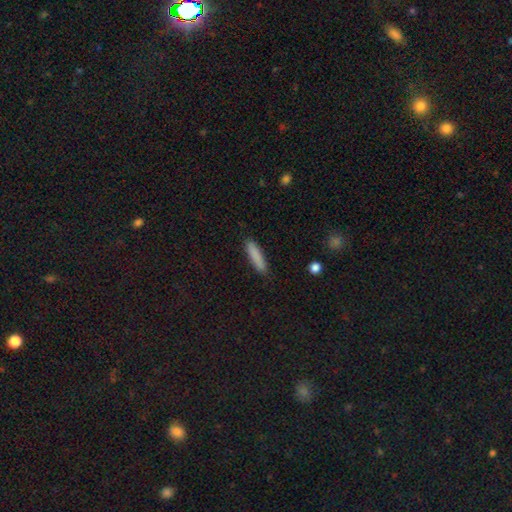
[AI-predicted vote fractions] Morphology: type=smooth (85%); roundness=cigar-shaped (84%); merging=none (88%).